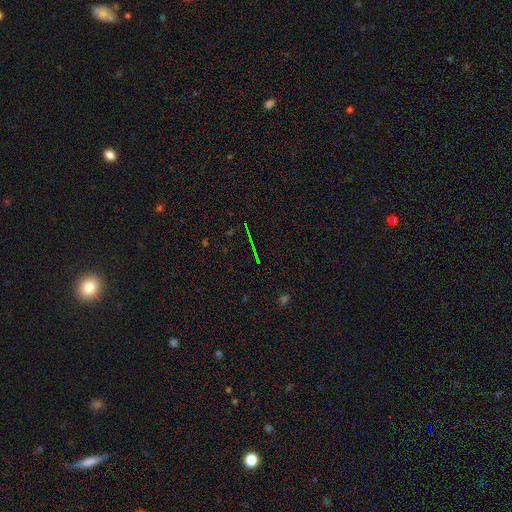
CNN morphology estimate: This appears to be a star or artifact, not a galaxy (74%).